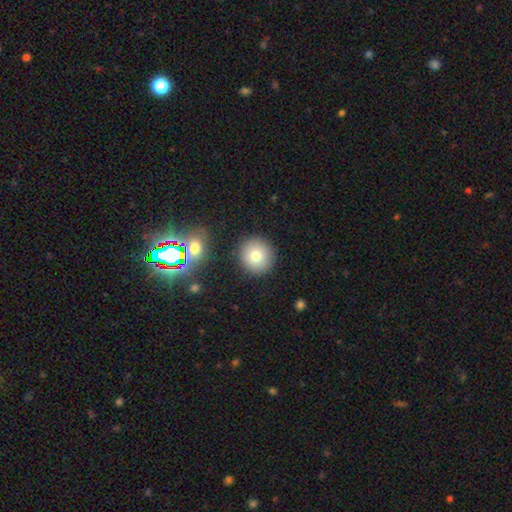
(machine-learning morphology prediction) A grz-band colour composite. It shows a smooth galaxy with no disk features (76%) that is round (92%). Merging: none (88%).